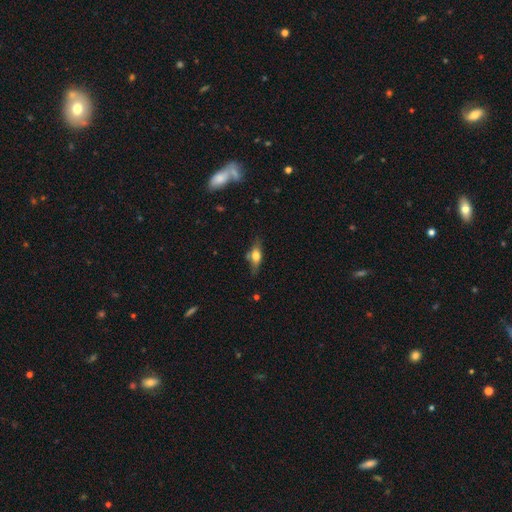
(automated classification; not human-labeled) smooth 55%, featured or disk 37%, star or artifact 8%. Down the decision tree: how rounded — in between (65%); merging — none (66%).